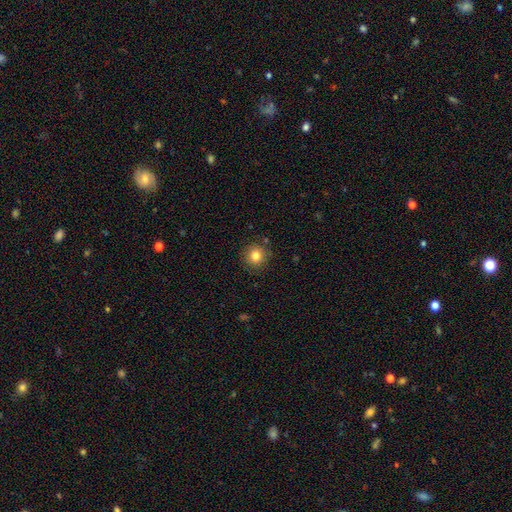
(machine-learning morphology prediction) Smooth or featured?
  - smooth: 81% *
  - star or artifact: 11%
  - featured or disk: 8%
How rounded?
  - round: 93% *
  - in between: 6%
  - cigar-shaped: 1%
Merging?
  - none: 86% *
  - minor disturbance: 9%
  - major disturbance: 3%
  - merger: 2%